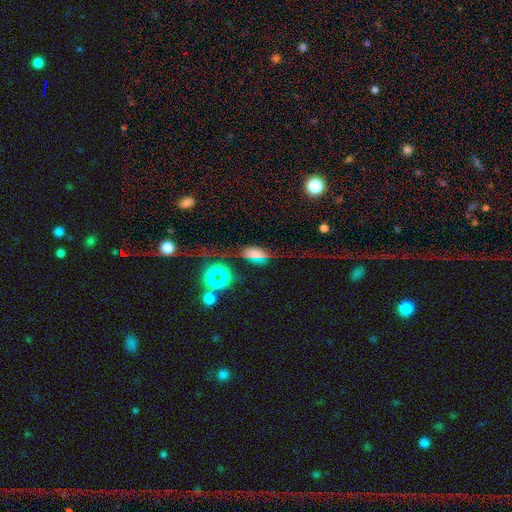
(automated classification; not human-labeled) Smooth or featured? smooth (56%)
How rounded? in between (81%)
Merging? none (64%)